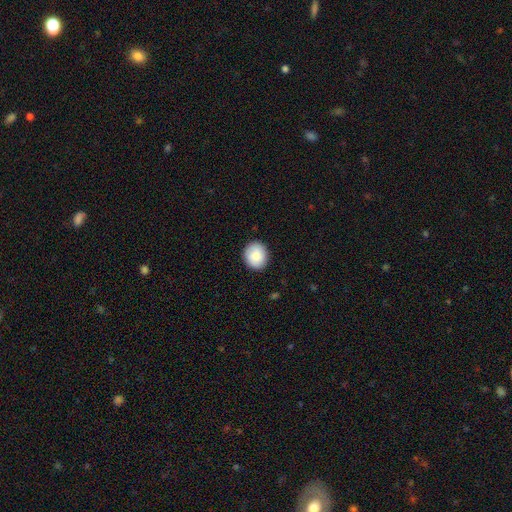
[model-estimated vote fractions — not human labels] Smooth or featured? Predicted: smooth (p=0.85). How rounded? Predicted: round (p=0.71). Merging? Predicted: none (p=0.89).